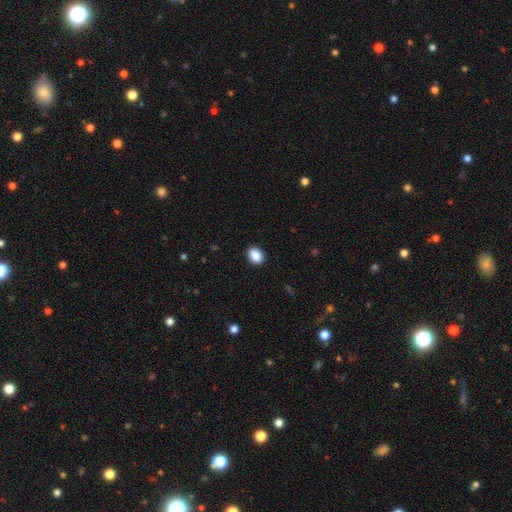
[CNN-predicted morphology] A smooth galaxy with no disk features (89%) that is in between round and cigar-shaped (73%). Merging: none (89%).